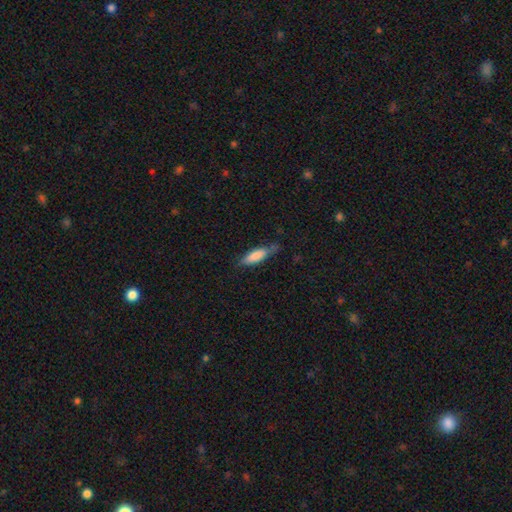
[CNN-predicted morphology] type=smooth (79%); roundness=cigar-shaped (51%); merging=none (66%).